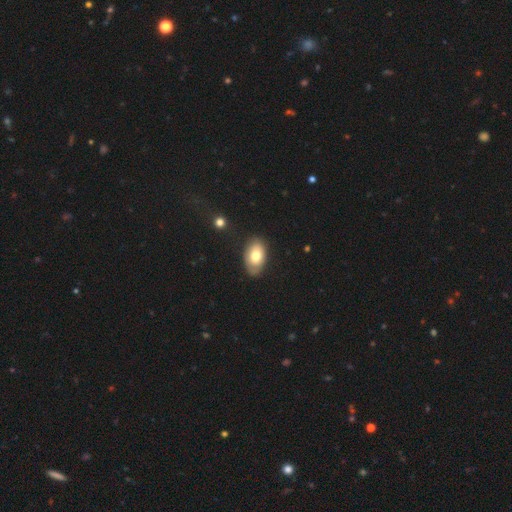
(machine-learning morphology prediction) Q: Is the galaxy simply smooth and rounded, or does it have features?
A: smooth — 70%.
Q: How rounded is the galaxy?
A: in between — 91%.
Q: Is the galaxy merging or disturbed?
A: none — 79%.